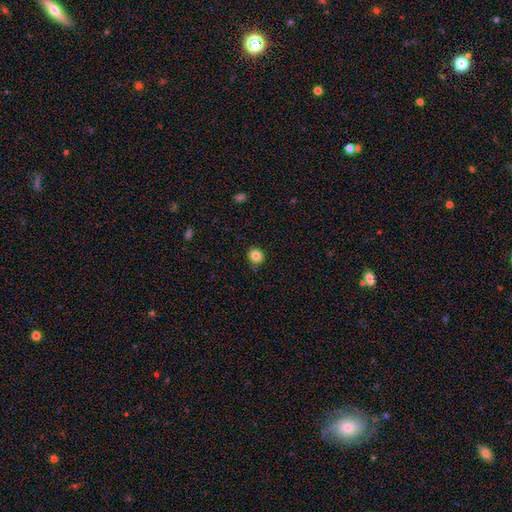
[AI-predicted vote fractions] A smooth galaxy with no disk features (83%) that is round (86%).

Vote fractions:
- Smooth or featured? smooth: 83% / star or artifact: 11% / featured or disk: 6%
- How rounded? round: 86% / in between: 13% / cigar-shaped: 1%
- Merging? none: 85% / minor disturbance: 11% / major disturbance: 2% / merger: 1%